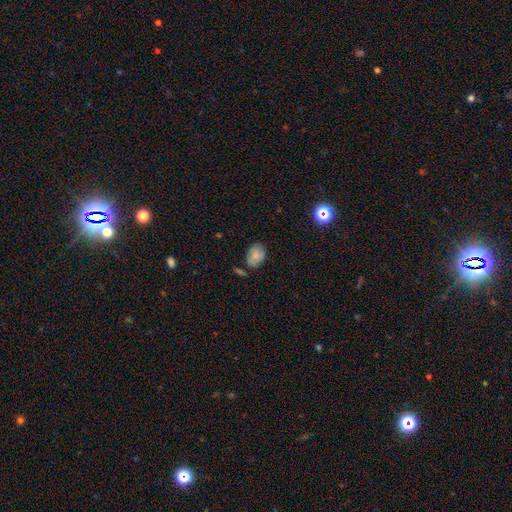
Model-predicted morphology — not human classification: Overall: smooth (76%). How rounded: in between (79%). Merging: none (63%; minor disturbance 24%).